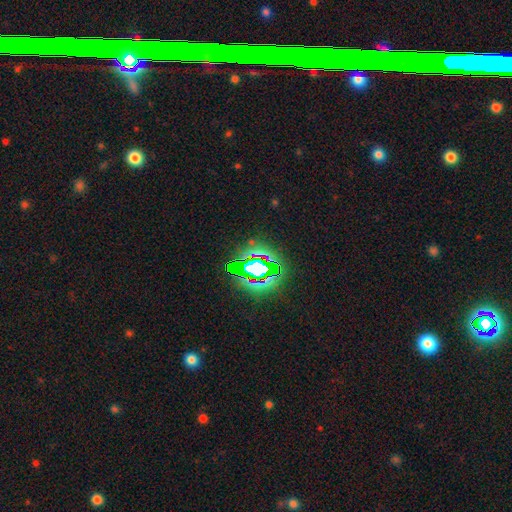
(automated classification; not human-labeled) smooth_or_featured: star or artifact (p=0.75) [alt: smooth p=0.13]